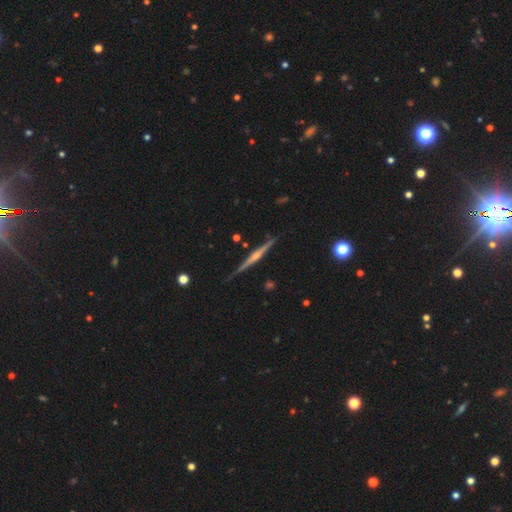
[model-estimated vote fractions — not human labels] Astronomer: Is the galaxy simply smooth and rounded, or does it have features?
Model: featured or disk — 82%.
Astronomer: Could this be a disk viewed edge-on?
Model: yes — 98%.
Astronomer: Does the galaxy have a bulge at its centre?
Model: rounded — 79%.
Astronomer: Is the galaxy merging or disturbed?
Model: none — 86%.